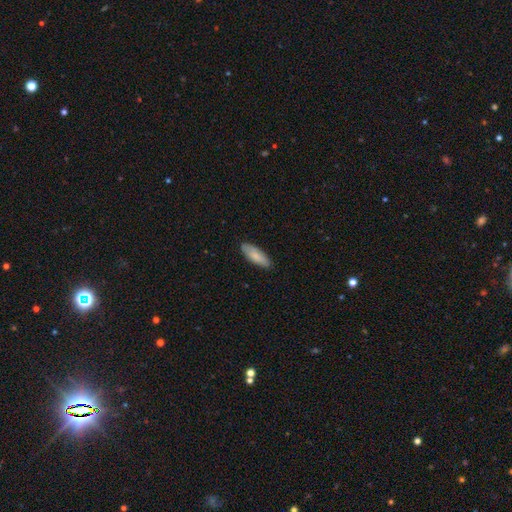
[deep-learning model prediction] The model was most divided on "how rounded": in between: 64%, cigar-shaped: 34%, round: 2%. More confident: merging — none (84%); smooth or featured — smooth (82%).